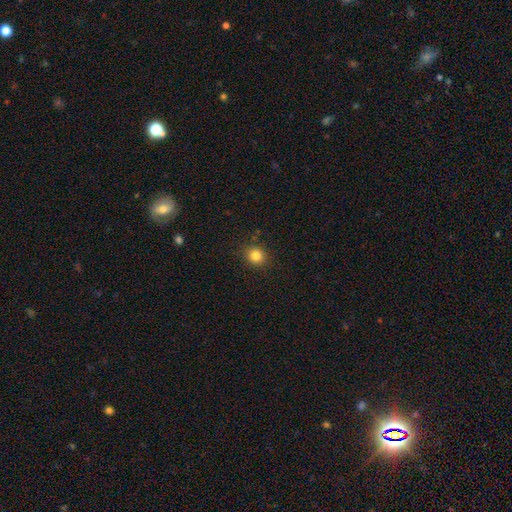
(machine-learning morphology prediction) Q: Smooth or featured?
A: smooth (83%); runner-up: star or artifact (12%)
Q: How rounded?
A: round (84%); runner-up: in between (16%)
Q: Merging?
A: none (88%); runner-up: minor disturbance (8%)